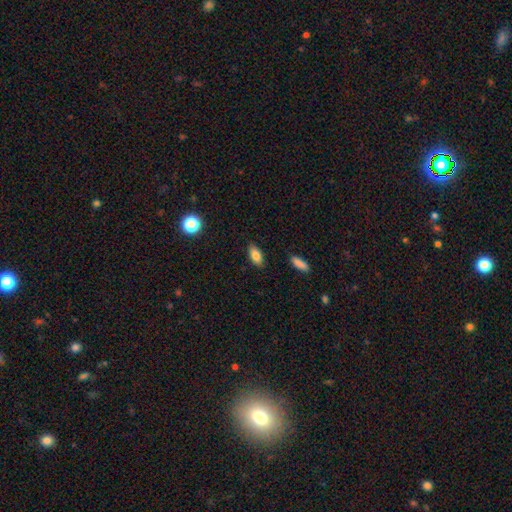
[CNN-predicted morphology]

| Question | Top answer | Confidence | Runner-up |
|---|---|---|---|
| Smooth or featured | smooth | 81% | featured or disk (11%) |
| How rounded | in between | 86% | cigar-shaped (11%) |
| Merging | none | 86% | minor disturbance (10%) |